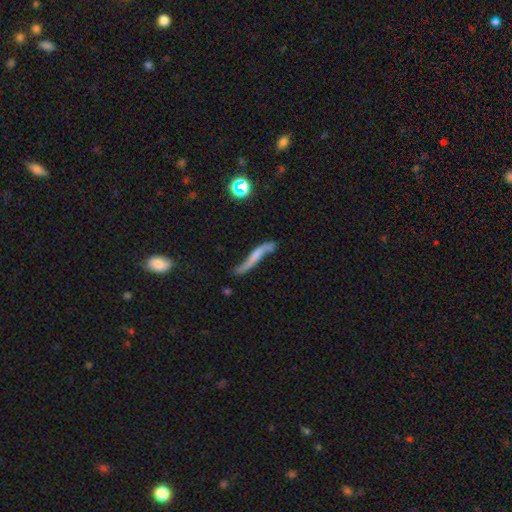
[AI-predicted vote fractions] Smooth or featured? Predicted: featured or disk (p=0.59). Edge-on disk? Predicted: yes (p=0.50, tied with no). Merging? Predicted: none (p=0.51).